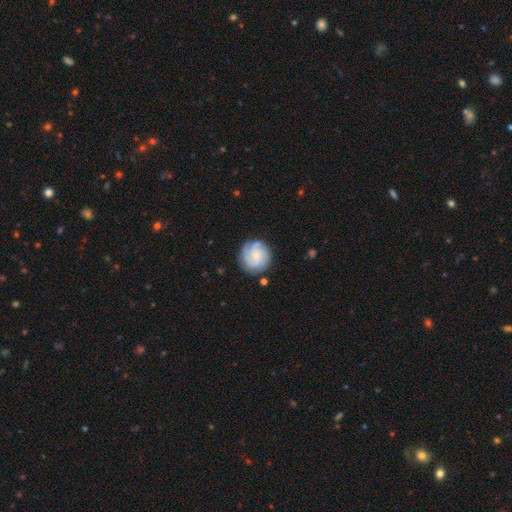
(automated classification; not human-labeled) This is likely a featured or disk galaxy (72%). It is clearly not viewed edge-on (98%). Bar: likely no (76%). Spiral arm pattern: clearly yes (95%). Spiral arm count: marginally 3 (37%). Spiral winding: possibly tight (60%). Central bulge: likely small (68%). Merging: clearly none (81%).